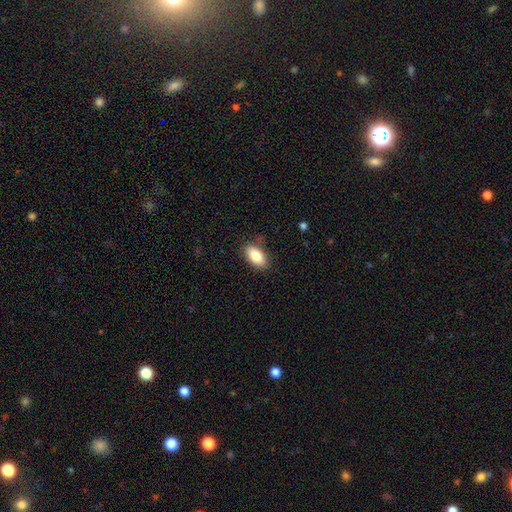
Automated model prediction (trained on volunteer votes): This appears to be a smooth galaxy with no disk features (85%) that is in between round and cigar-shaped (92%). Merging: none (83%).